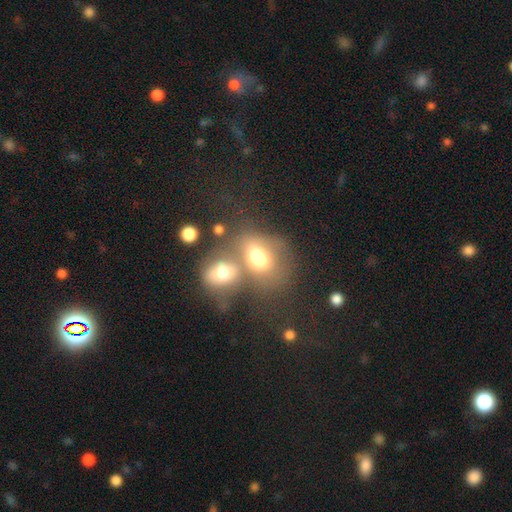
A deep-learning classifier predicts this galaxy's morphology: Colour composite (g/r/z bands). It shows a smooth galaxy with no disk features (67%) that is in between round and cigar-shaped (67%). Merging: merger (54%).